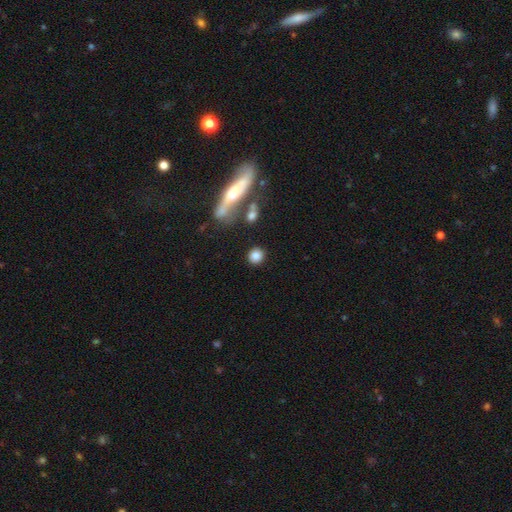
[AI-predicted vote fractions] A smooth galaxy with no disk features (83%) that is round (86%). Merging: none (82%).